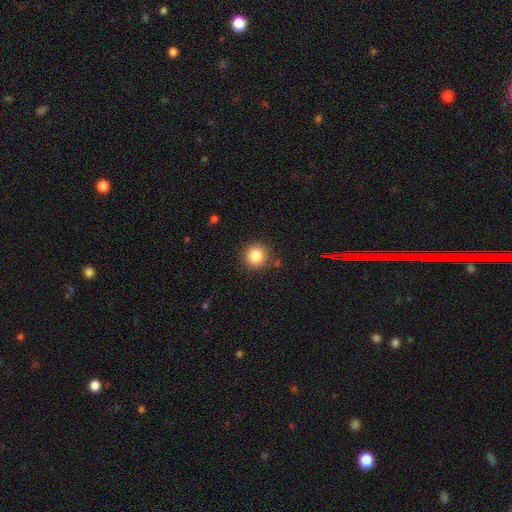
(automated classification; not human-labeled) smooth_or_featured: smooth (p=0.85) [alt: star or artifact p=0.11]
how_rounded: round (p=0.92) [alt: in between p=0.07]
merging: none (p=0.86) [alt: minor disturbance p=0.09]